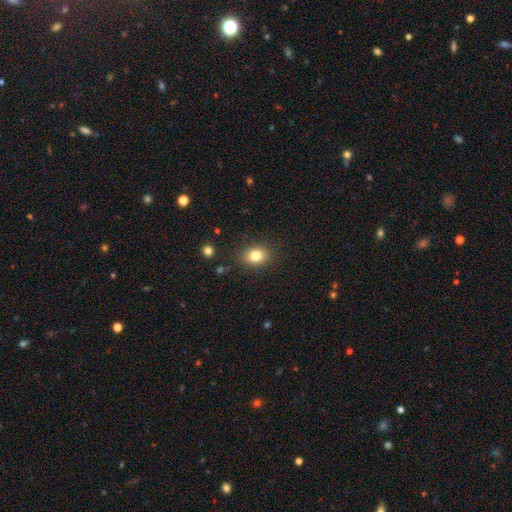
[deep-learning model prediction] Smooth or featured: smooth — 80% (star or artifact — 11%)
How rounded: in between — 62% (round — 37%)
Merging: none — 86% (minor disturbance — 10%)